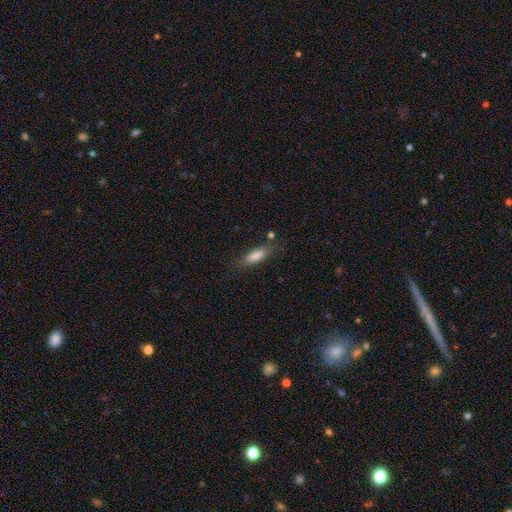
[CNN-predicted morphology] Overall: smooth (72%). How rounded: cigar-shaped (66%; in between 32%). Merging: none (79%).